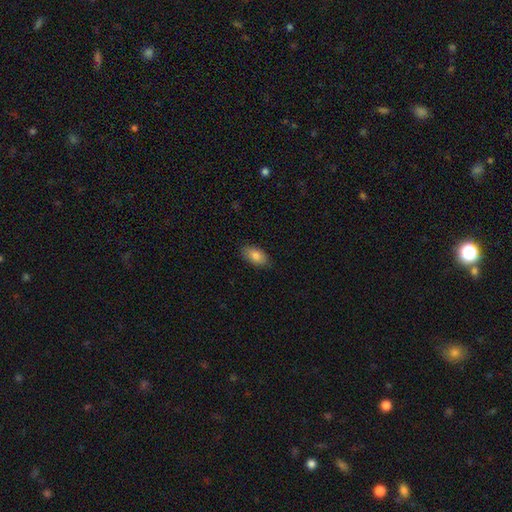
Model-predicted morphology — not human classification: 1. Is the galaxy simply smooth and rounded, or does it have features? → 85% smooth, 8% featured or disk, 7% star or artifact.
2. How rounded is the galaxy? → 92% in between, 4% cigar-shaped, 4% round.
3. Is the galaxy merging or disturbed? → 84% none, 12% minor disturbance, 3% major disturbance, 1% merger.